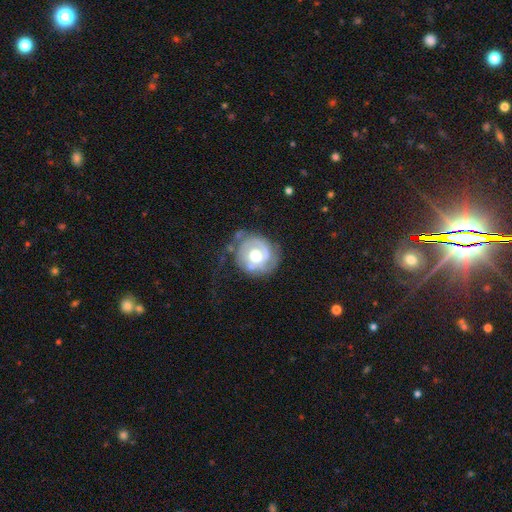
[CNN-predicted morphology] featured or disk 74%, smooth 21%, star or artifact 6%. Down the decision tree: edge-on disk — no (97%); bar — no (74%); spiral arms — yes (78%); spiral arm count — 2 (41%); spiral winding — tight (61%); bulge size — moderate (70%); merging — none (56%).